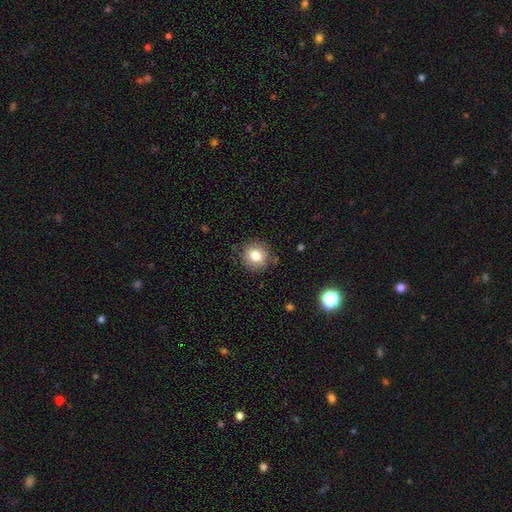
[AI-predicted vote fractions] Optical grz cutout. It shows a smooth galaxy with no disk features (80%) that is round (93%). Merging: none (86%).